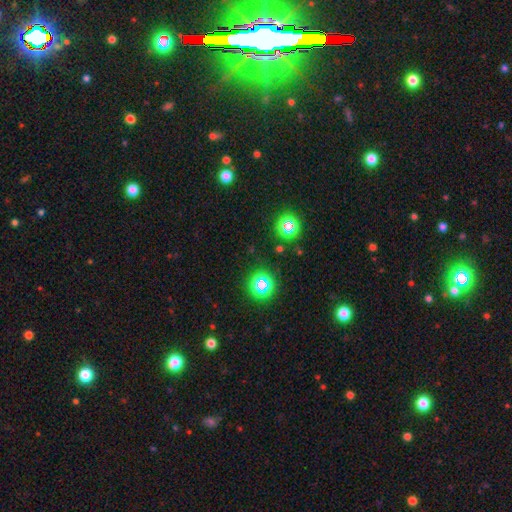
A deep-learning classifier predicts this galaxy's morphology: The model was most divided on "smooth or featured": star or artifact: 61%, smooth: 30%, featured or disk: 9%.